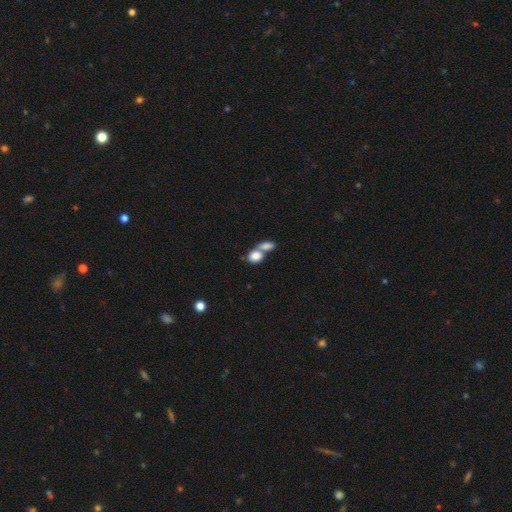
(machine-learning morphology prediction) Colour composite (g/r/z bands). It shows a smooth galaxy with no disk features (82%) that is in between round and cigar-shaped (57%). Merging: merger (65%).